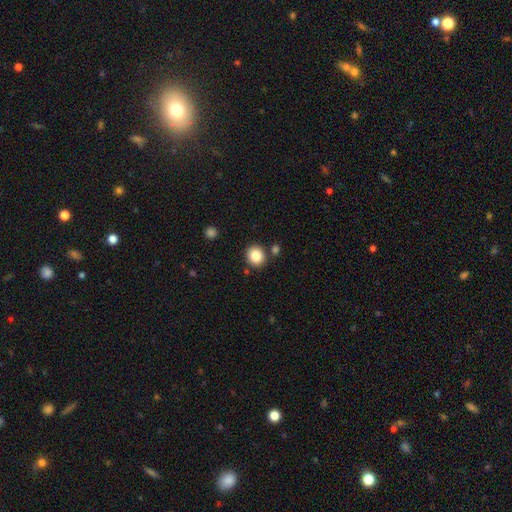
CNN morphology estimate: smooth-or-featured: smooth: 86% | star or artifact: 9% | featured or disk: 5%
  how-rounded: round: 82% | in between: 17% | cigar-shaped: 1%
  merging: none: 83% | minor disturbance: 8% | merger: 7% | major disturbance: 2%